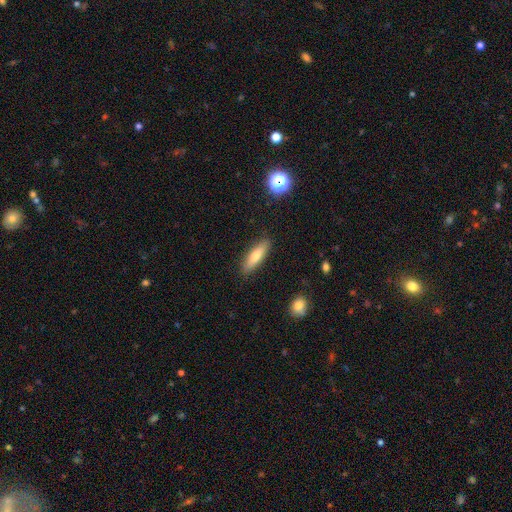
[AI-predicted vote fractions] Smooth or featured: smooth — 70% (featured or disk — 23%)
How rounded: cigar-shaped — 62% (in between — 36%)
Merging: none — 88% (minor disturbance — 8%)